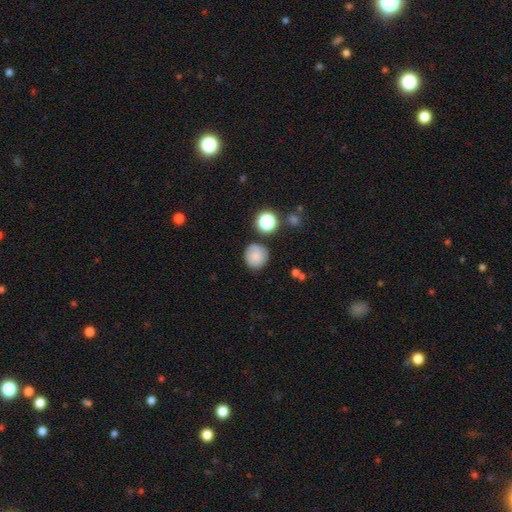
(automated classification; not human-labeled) Smooth or featured? smooth (78%)
How rounded? round (87%)
Merging? none (73%)